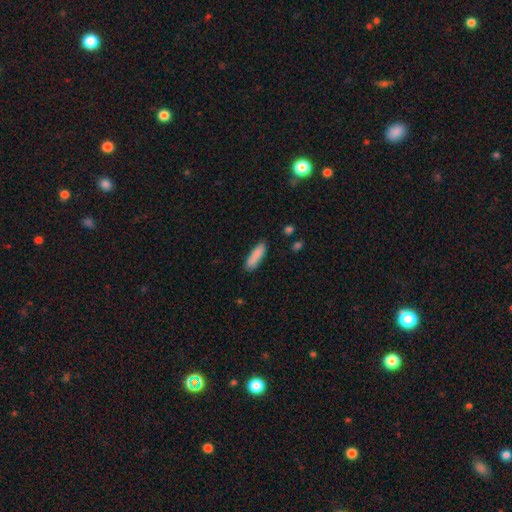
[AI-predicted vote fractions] The model was most divided on "how rounded": cigar-shaped: 59%, in between: 40%, round: 2%. More confident: smooth or featured — smooth (88%); merging — none (83%).